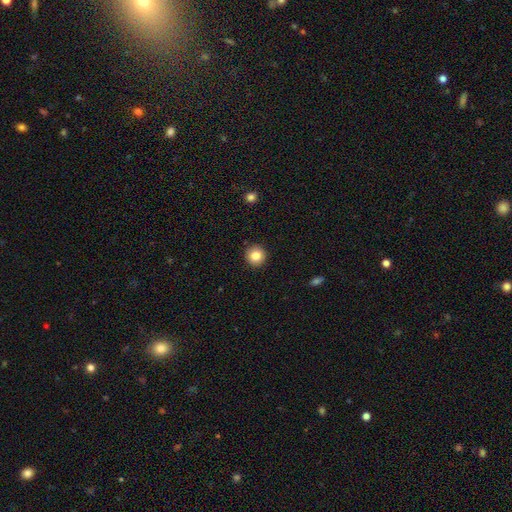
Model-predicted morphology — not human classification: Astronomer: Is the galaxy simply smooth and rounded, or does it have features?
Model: smooth — 83%.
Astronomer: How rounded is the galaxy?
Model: round — 95%.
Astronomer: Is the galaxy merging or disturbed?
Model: none — 93%.